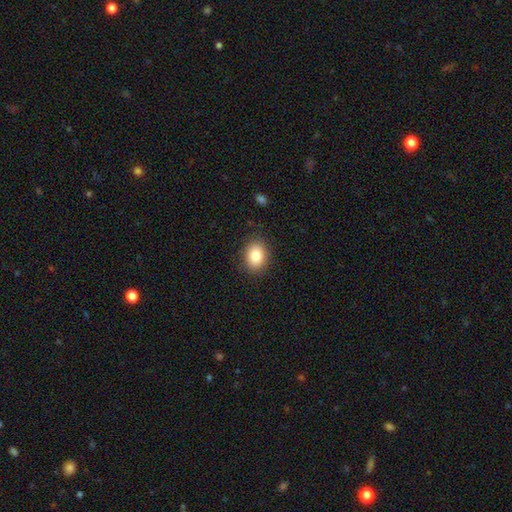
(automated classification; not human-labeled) This is clearly a smooth galaxy (84%). How rounded: likely in between (62%). Merging: clearly none (87%).